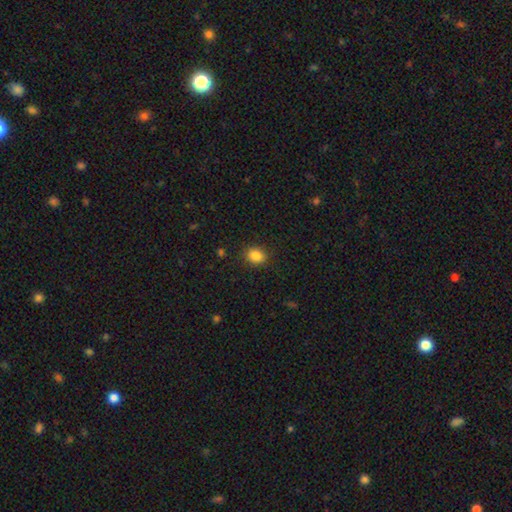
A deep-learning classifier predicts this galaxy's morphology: Smooth or featured?
  - smooth: 85% *
  - star or artifact: 10%
  - featured or disk: 4%
How rounded?
  - round: 53% *
  - in between: 46%
  - cigar-shaped: 1%
Merging?
  - none: 87% *
  - minor disturbance: 9%
  - major disturbance: 3%
  - merger: 1%